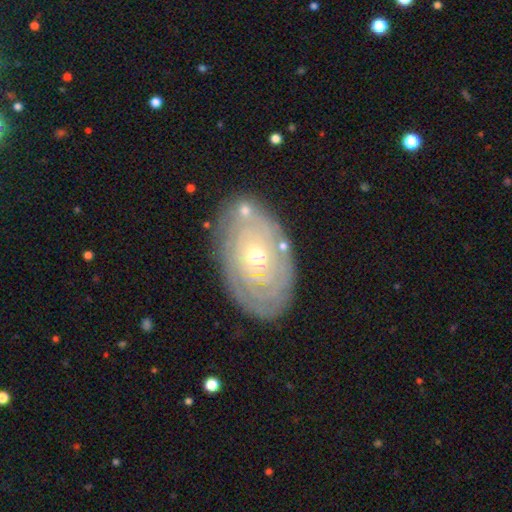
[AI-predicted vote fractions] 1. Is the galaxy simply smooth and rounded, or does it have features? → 73% featured or disk, 20% smooth, 7% star or artifact.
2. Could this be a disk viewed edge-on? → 93% no, 7% yes.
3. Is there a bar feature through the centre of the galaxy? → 87% no, 10% weak, 3% strong.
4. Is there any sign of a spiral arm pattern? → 73% yes, 27% no.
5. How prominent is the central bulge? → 63% small, 34% moderate, 2% large, 1% dominant, 1% none.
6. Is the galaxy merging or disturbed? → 79% none, 13% minor disturbance, 4% major disturbance, 3% merger.